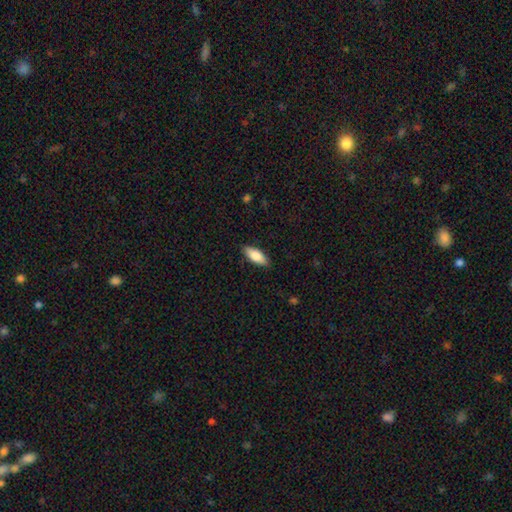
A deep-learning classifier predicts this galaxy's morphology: A smooth galaxy with no disk features (79%) that is in between round and cigar-shaped (77%).

Vote fractions:
- Smooth or featured? smooth: 79% / featured or disk: 15% / star or artifact: 6%
- How rounded? in between: 77% / cigar-shaped: 21% / round: 2%
- Merging? none: 88% / minor disturbance: 9% / major disturbance: 2% / merger: 1%